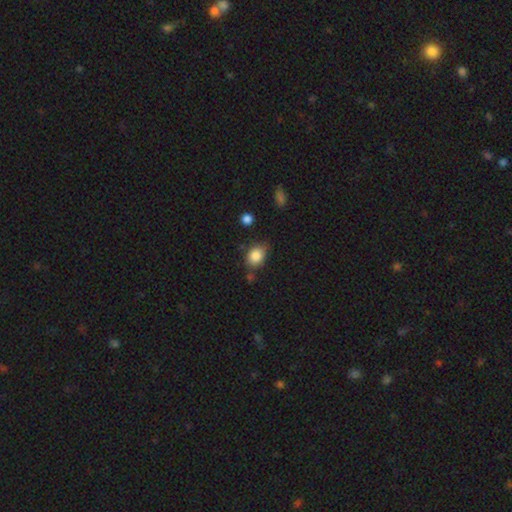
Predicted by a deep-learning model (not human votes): A smooth galaxy with no disk features (85%) that is in between round and cigar-shaped (59%). Merging: none (65%).